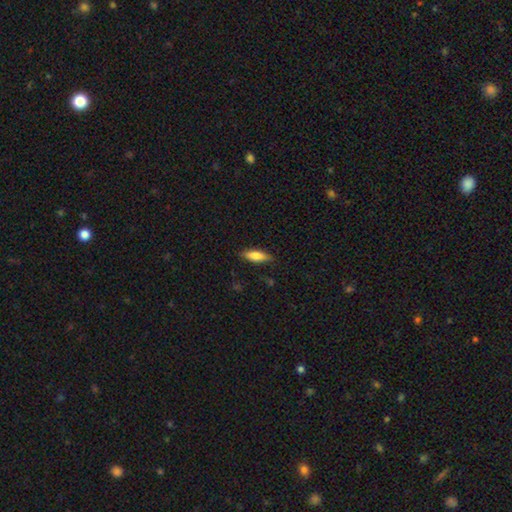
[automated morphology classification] Q: Smooth or featured?
A: smooth (79%); runner-up: featured or disk (15%)
Q: How rounded?
A: in between (59%); runner-up: cigar-shaped (39%)
Q: Merging?
A: none (83%); runner-up: minor disturbance (13%)